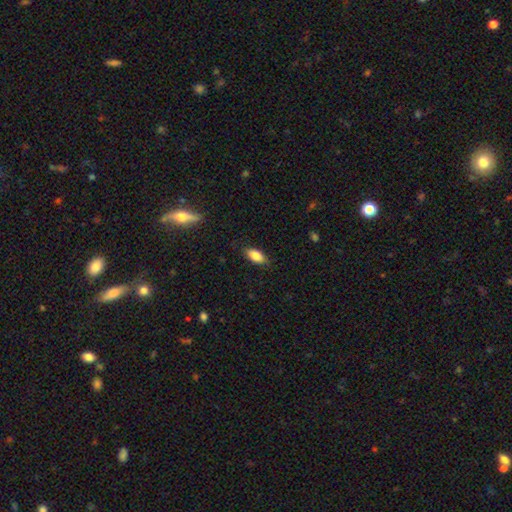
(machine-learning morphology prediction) This is clearly a smooth galaxy (81%). How rounded: clearly in between (86%). Merging: clearly none (85%).